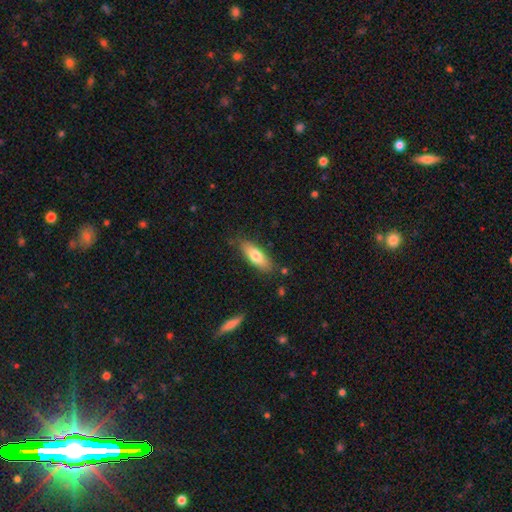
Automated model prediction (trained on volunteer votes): smooth_or_featured: smooth (p=0.73) [alt: featured or disk p=0.21]
how_rounded: in between (p=0.60) [alt: cigar-shaped p=0.38]
merging: none (p=0.82) [alt: minor disturbance p=0.13]